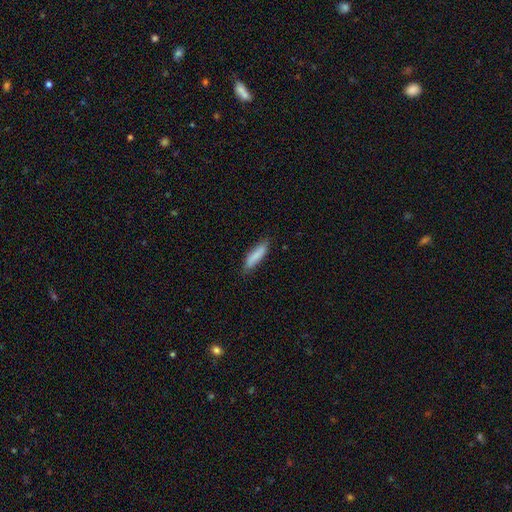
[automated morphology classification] smooth-or-featured: smooth: 84% | featured or disk: 10% | star or artifact: 6%
  how-rounded: cigar-shaped: 71% | in between: 28% | round: 1%
  merging: none: 80% | minor disturbance: 16% | major disturbance: 3% | merger: 1%